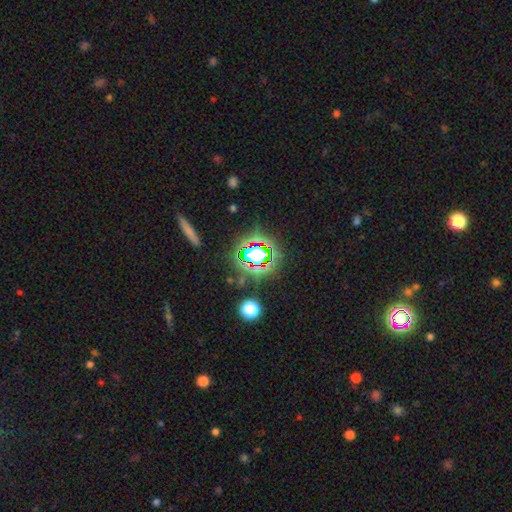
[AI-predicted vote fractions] This appears to be a star or artifact, not a galaxy (65%).